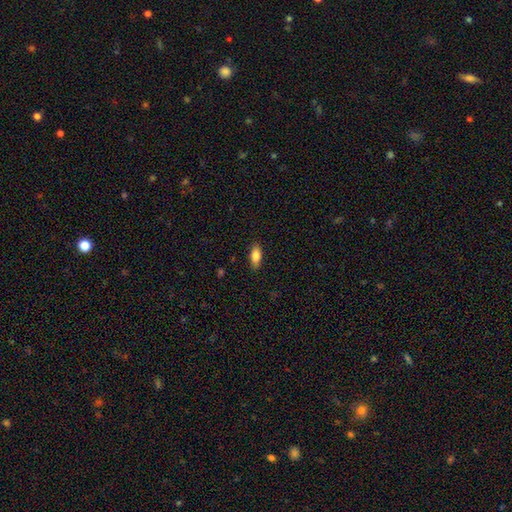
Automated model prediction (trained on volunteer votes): This is clearly a smooth galaxy (82%). How rounded: clearly in between (81%). Merging: clearly none (87%).